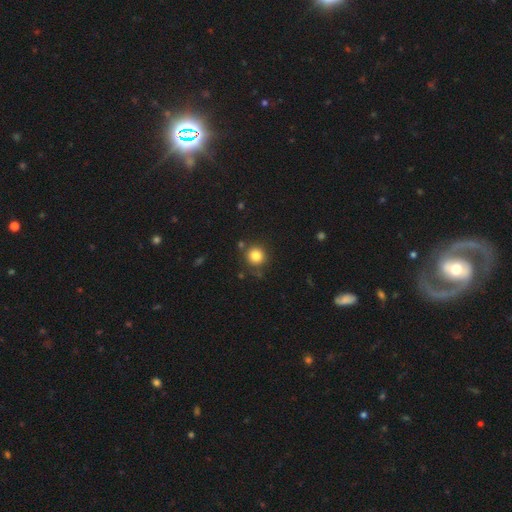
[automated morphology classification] A smooth galaxy with no disk features (83%) that is round (92%).

Vote fractions:
- Smooth or featured? smooth: 83% / star or artifact: 11% / featured or disk: 6%
- How rounded? round: 92% / in between: 7% / cigar-shaped: 1%
- Merging? none: 81% / minor disturbance: 10% / merger: 6% / major disturbance: 3%